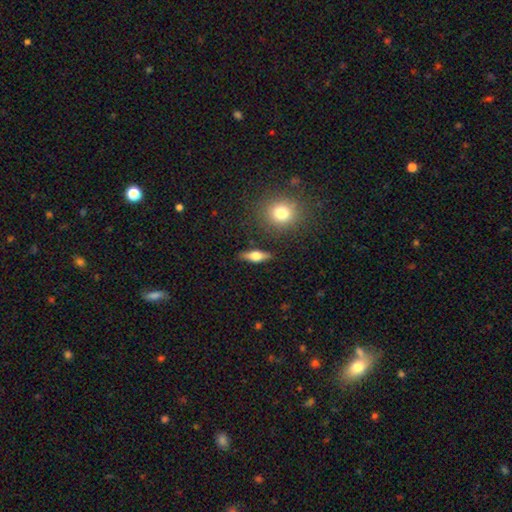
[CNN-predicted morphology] Smooth or featured?
  - smooth: 54% *
  - featured or disk: 38%
  - star or artifact: 8%
How rounded?
  - in between: 57% *
  - cigar-shaped: 36%
  - round: 7%
Merging?
  - none: 85% *
  - minor disturbance: 10%
  - major disturbance: 3%
  - merger: 3%